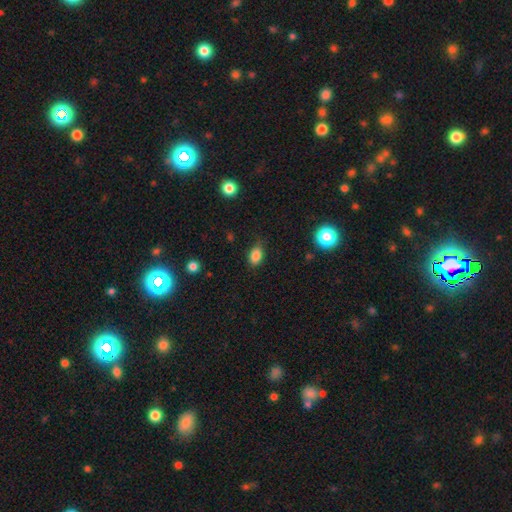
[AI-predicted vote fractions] This is clearly a smooth galaxy (85%). How rounded: clearly in between (82%). Merging: likely none (77%).